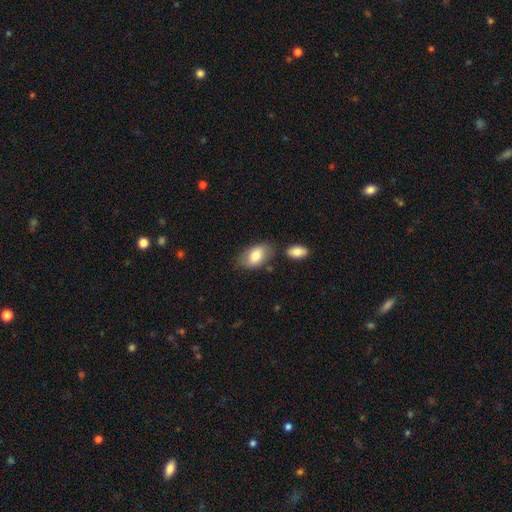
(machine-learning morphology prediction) Smooth or featured: smooth — 81% (featured or disk — 13%)
How rounded: in between — 92% (round — 7%)
Merging: none — 68% (minor disturbance — 18%)